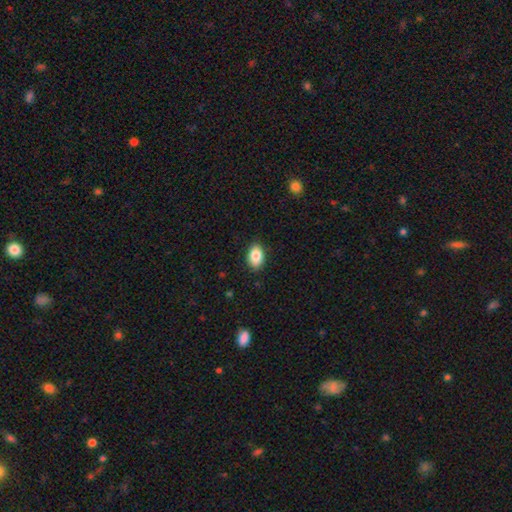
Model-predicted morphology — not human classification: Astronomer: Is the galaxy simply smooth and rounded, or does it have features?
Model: smooth — 86%.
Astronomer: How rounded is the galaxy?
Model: in between — 89%.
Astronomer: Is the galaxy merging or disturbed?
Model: none — 87%.